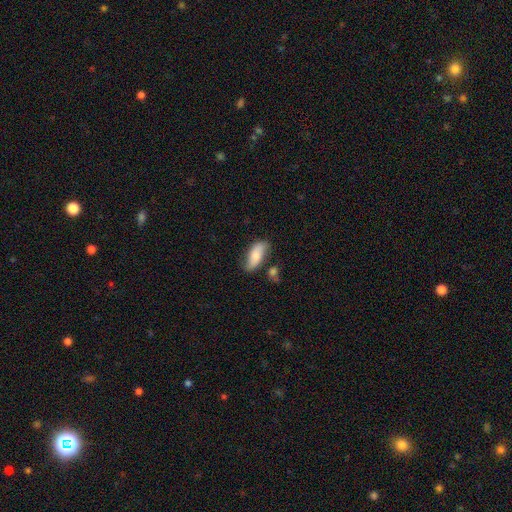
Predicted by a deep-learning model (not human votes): A smooth galaxy with no disk features (63%) that is in between round and cigar-shaped (80%). Merging: none (67%).